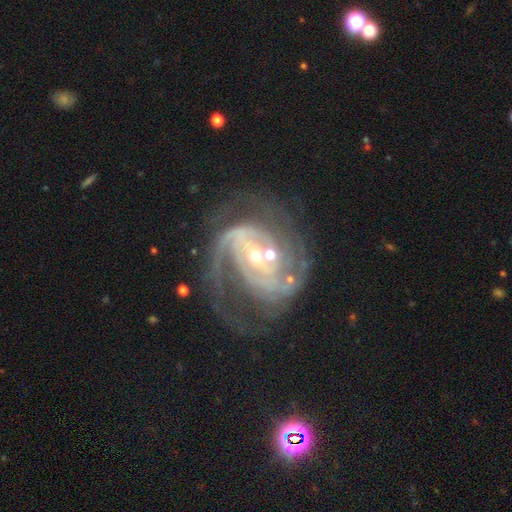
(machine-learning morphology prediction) This appears to be a featured or disk galaxy (89%) with a weak bar (37%), 2 (50%) medium (45%) spiral arms (96%) and a small central bulge (67%). Merging: none (49%).